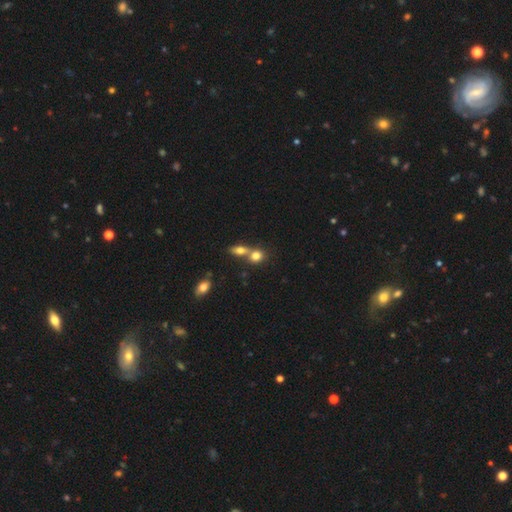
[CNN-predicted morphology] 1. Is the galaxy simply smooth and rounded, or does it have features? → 78% smooth, 11% featured or disk, 11% star or artifact.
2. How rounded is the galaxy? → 63% round, 34% in between, 3% cigar-shaped.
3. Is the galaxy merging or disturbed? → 58% merger, 32% none, 7% minor disturbance, 3% major disturbance.